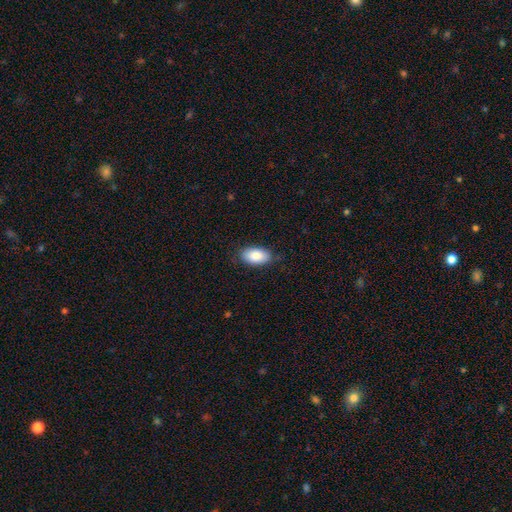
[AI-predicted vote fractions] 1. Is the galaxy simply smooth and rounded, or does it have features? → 86% smooth, 8% featured or disk, 6% star or artifact.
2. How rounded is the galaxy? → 94% in between, 5% round, 2% cigar-shaped.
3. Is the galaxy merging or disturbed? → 81% none, 15% minor disturbance, 3% major disturbance, 1% merger.